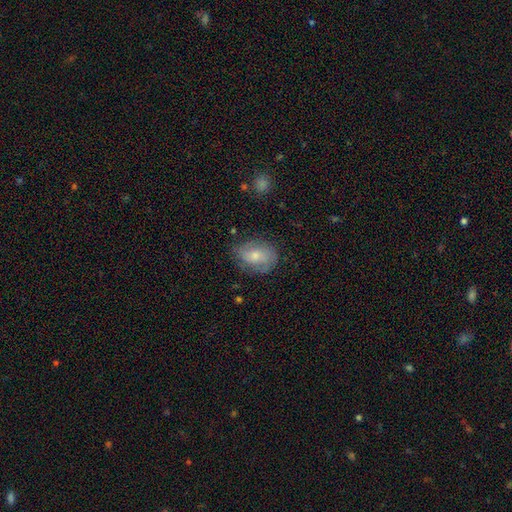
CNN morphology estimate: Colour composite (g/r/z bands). It shows a smooth galaxy with no disk features (56%) that is in between round and cigar-shaped (68%). Merging: none (70%).